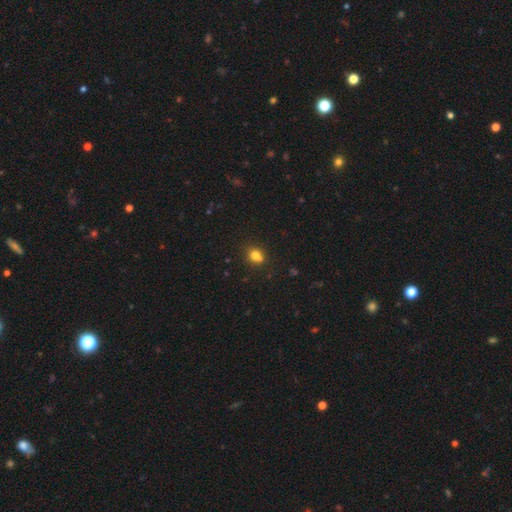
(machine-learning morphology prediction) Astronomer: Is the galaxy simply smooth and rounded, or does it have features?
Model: smooth — 77%.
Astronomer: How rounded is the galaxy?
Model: round — 60% (runner-up: in between, 39%).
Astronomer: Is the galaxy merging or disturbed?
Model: none — 65%.